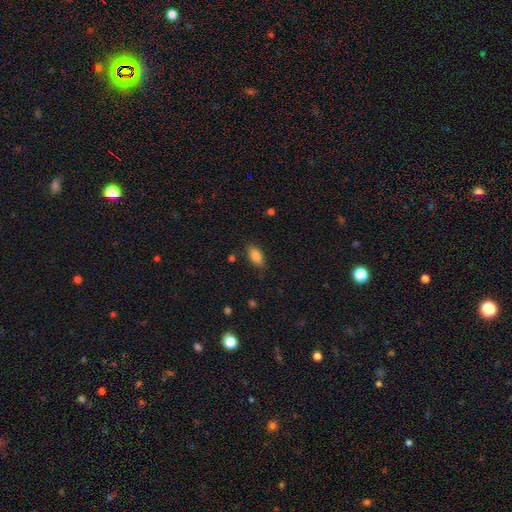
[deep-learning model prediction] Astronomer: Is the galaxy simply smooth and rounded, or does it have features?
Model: smooth — 86%.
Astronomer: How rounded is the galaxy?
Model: in between — 89%.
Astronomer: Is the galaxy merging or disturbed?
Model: none — 82%.